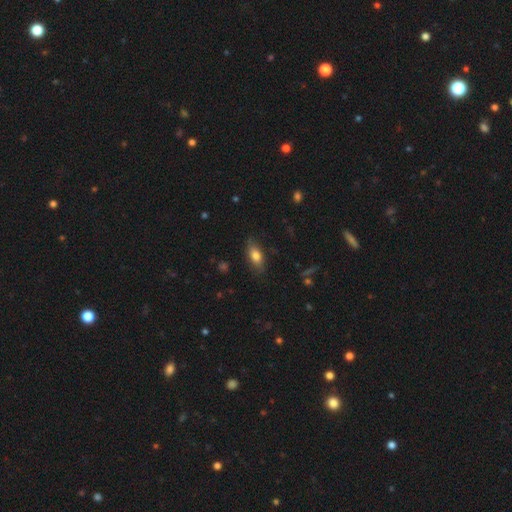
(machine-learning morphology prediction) Smooth or featured? Predicted: smooth (p=0.78). How rounded? Predicted: in between (p=0.83). Merging? Predicted: none (p=0.81).